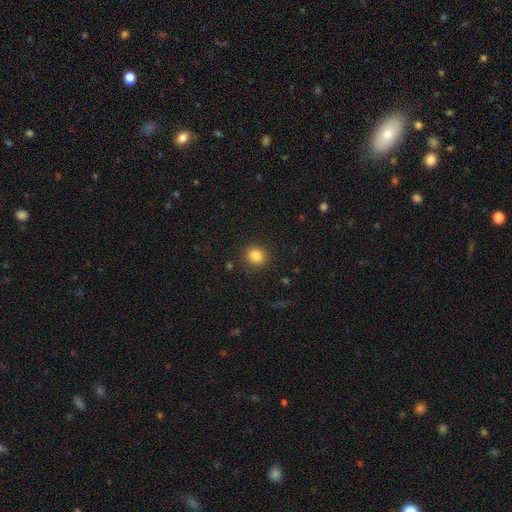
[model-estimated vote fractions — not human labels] smooth_or_featured: smooth (p=0.84) [alt: star or artifact p=0.11]
how_rounded: round (p=0.87) [alt: in between p=0.12]
merging: none (p=0.90) [alt: minor disturbance p=0.06]